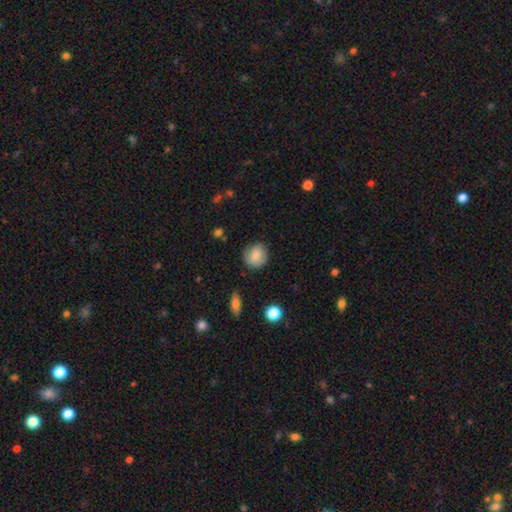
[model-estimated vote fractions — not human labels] smooth-or-featured: smooth: 82% | featured or disk: 10% | star or artifact: 8%
  how-rounded: round: 86% | in between: 13% | cigar-shaped: 1%
  merging: none: 79% | minor disturbance: 16% | major disturbance: 3% | merger: 2%